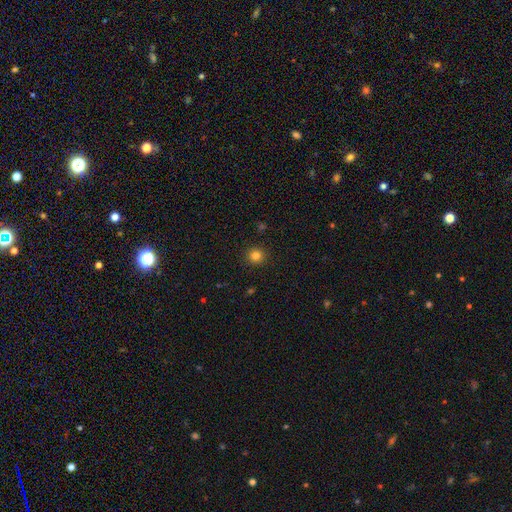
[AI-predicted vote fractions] This is clearly a smooth galaxy (82%). How rounded: clearly round (92%). Merging: clearly none (92%).